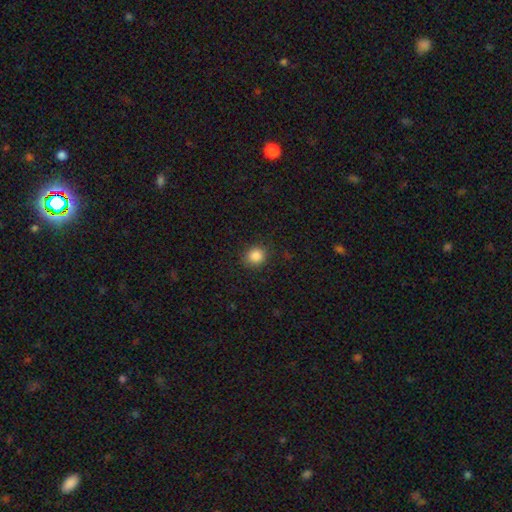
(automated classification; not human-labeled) This is clearly a smooth galaxy (86%). How rounded: clearly round (85%). Merging: clearly none (87%).